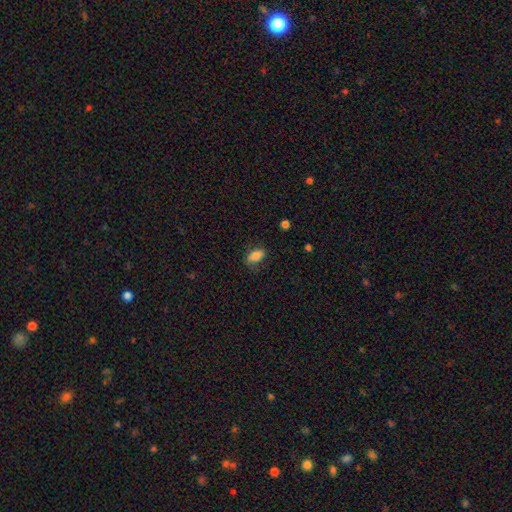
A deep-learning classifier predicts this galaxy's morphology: Q: Smooth or featured?
A: smooth (83%); runner-up: featured or disk (9%)
Q: How rounded?
A: in between (90%); runner-up: cigar-shaped (5%)
Q: Merging?
A: none (77%); runner-up: minor disturbance (17%)